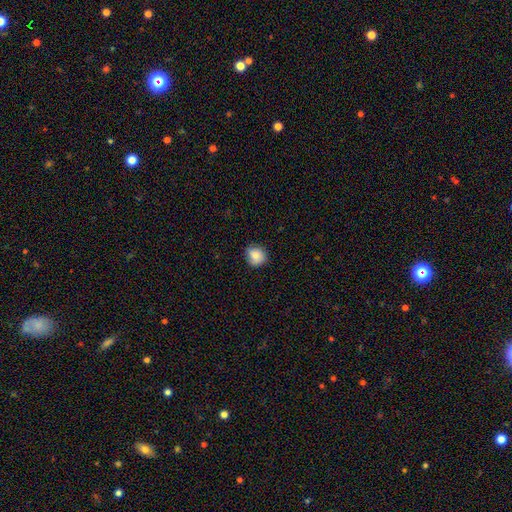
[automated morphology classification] The model was most divided on "merging": none: 77%, minor disturbance: 19%, major disturbance: 3%, merger: 1%. More confident: how rounded — round (84%); smooth or featured — smooth (81%).